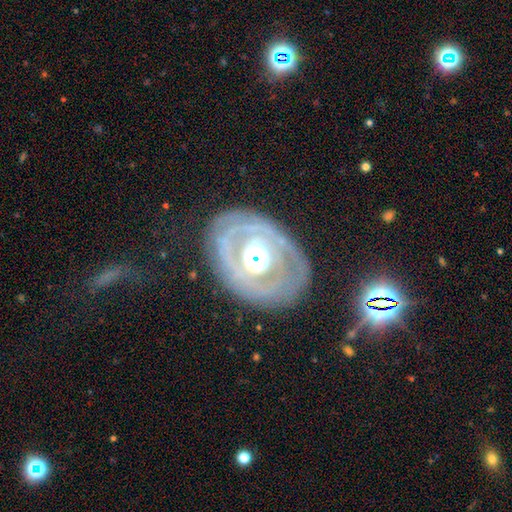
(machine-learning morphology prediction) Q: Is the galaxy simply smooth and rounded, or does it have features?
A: featured or disk — 78%.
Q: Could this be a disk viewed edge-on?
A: no — 95%.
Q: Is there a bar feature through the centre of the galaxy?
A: no — 71%.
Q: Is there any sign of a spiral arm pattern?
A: yes — 52%.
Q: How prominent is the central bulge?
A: moderate — 52%.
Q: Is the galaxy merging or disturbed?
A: none — 73%.